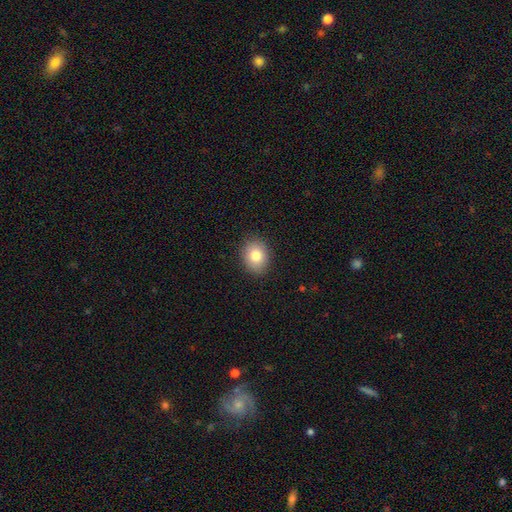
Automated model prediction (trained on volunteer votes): smooth 82%, featured or disk 9%, star or artifact 9%. Down the decision tree: how rounded — in between (53%); merging — none (89%).